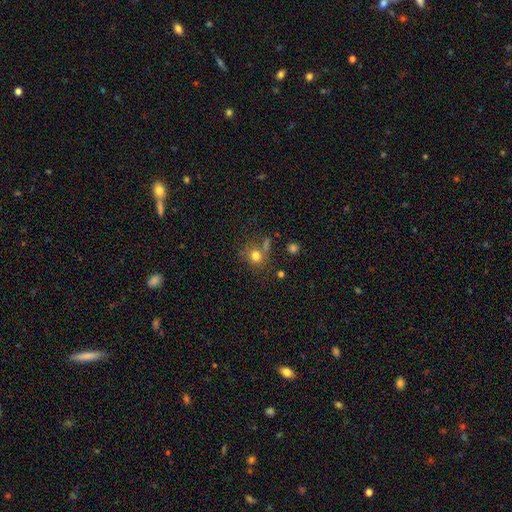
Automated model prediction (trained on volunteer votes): Overall: smooth (76%). How rounded: round (79%). Merging: none (62%).